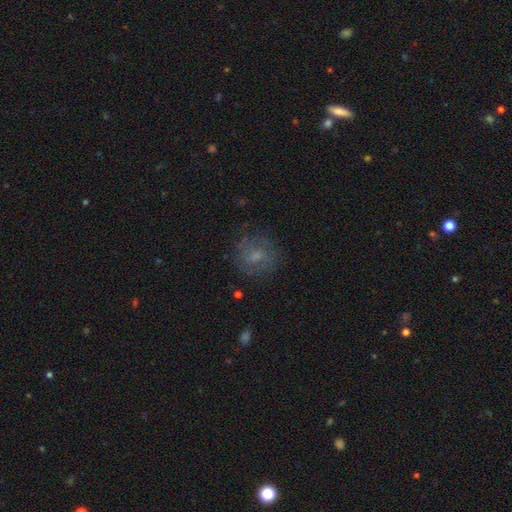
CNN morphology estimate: The model was most divided on "smooth or featured": smooth: 44%, featured or disk: 42%, star or artifact: 14%. More confident: merging — none (76%).